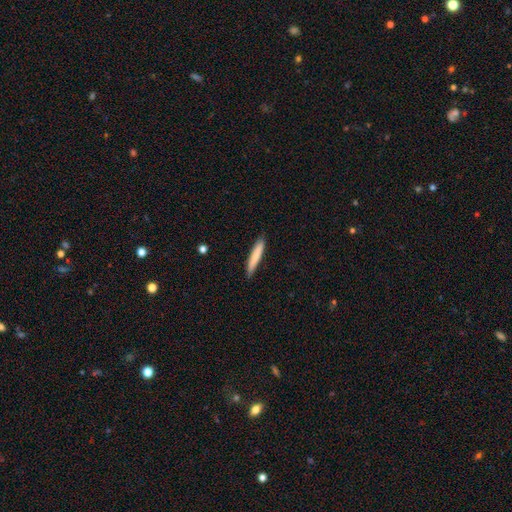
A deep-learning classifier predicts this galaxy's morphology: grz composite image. It shows a smooth galaxy with no disk features (79%) that is cigar-shaped (93%). Merging: none (88%).